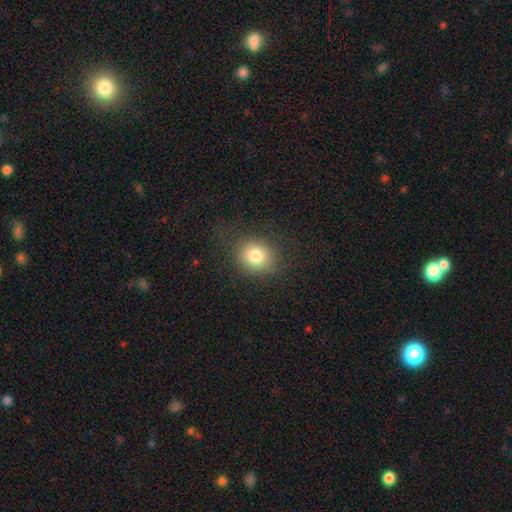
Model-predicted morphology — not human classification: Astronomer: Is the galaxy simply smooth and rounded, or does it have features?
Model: smooth — 80%.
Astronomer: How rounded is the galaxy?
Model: round — 74%.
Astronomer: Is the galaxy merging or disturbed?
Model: none — 78%.